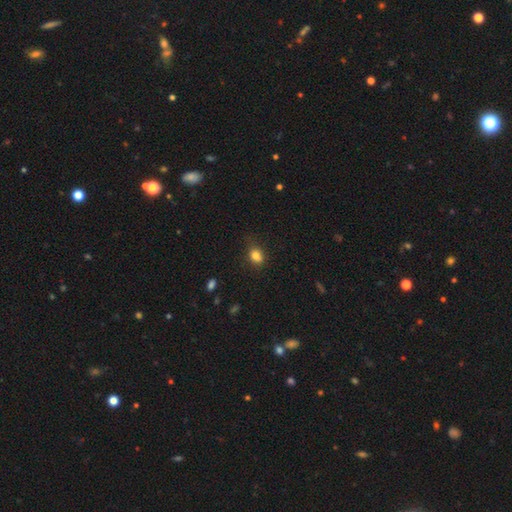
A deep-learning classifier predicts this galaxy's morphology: Overall: smooth (82%). How rounded: in between (61%; round 38%). Merging: none (69%).